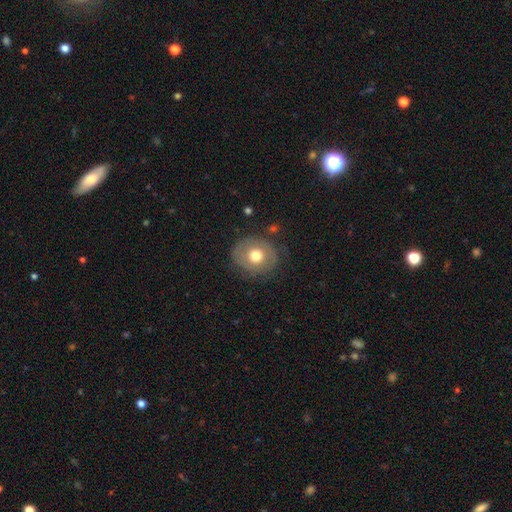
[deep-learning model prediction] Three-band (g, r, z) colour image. It shows a smooth galaxy with no disk features (59%) that is round (76%). Merging: none (77%).